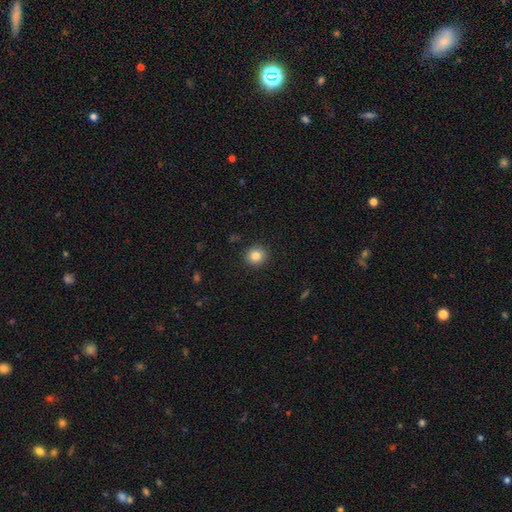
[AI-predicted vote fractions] Overall: smooth (84%). How rounded: round (89%). Merging: none (91%).